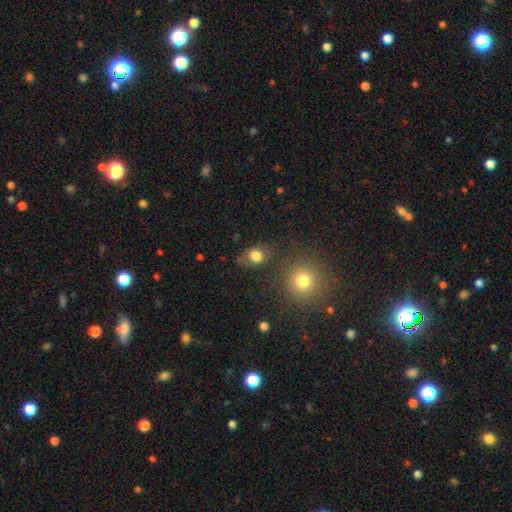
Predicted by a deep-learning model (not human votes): This appears to be a smooth galaxy with no disk features (80%) that is round (67%). Merging: none (68%).